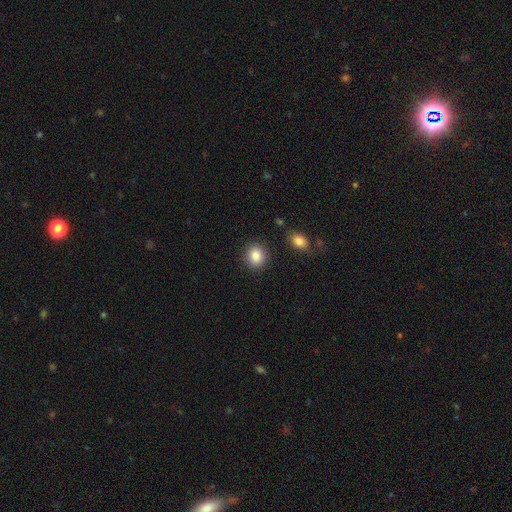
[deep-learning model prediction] Morphology: type=smooth (88%); roundness=round (73%); merging=none (88%).